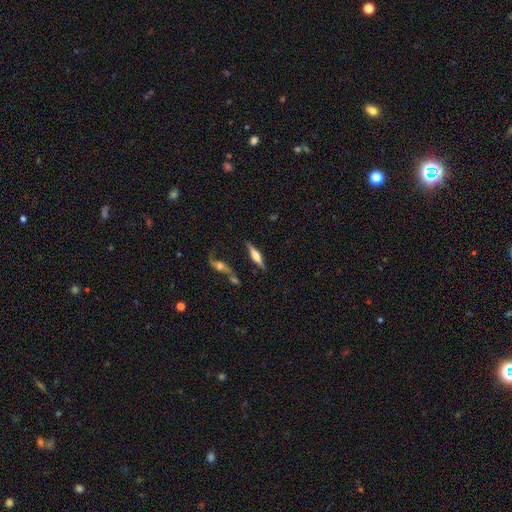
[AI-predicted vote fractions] A featured or disk galaxy (68%) viewed edge-on (94%) with a rounded central bulge (88%). Merging: none (70%).